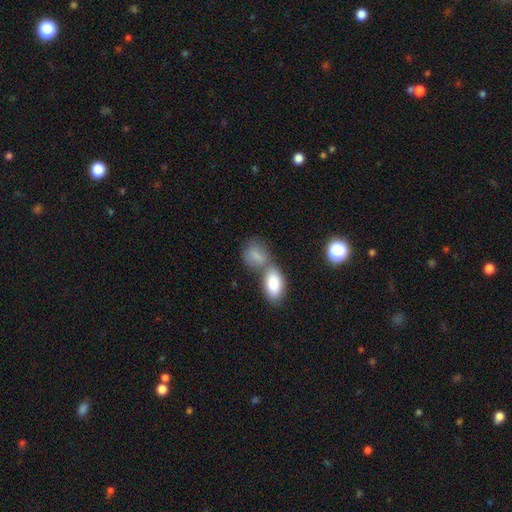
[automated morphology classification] This appears to be a smooth galaxy with no disk features (82%) that is in between round and cigar-shaped (76%). Merging: merger (53%).